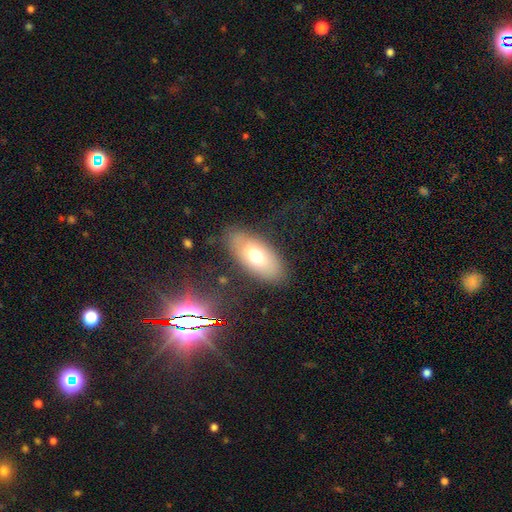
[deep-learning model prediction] This appears to be a smooth galaxy with no disk features (65%) that is in between round and cigar-shaped (89%). Merging: none (79%).